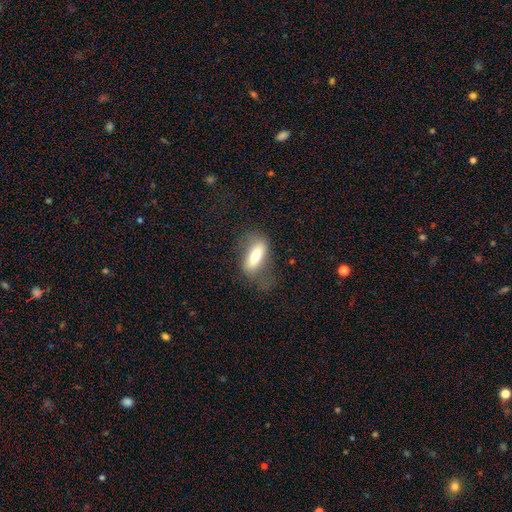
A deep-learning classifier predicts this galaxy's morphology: type=smooth (66%); roundness=in between (71%); merging=none (53%).